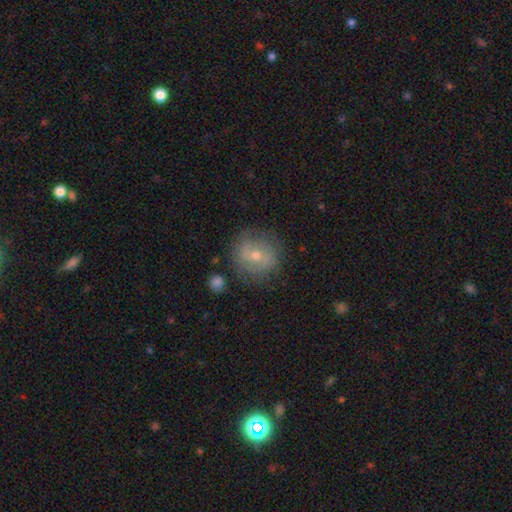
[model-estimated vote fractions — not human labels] smooth_or_featured: featured or disk (p=0.51) [alt: smooth p=0.40]
disk_edge_on: no (p=0.96) [alt: yes p=0.04]
merging: none (p=0.75) [alt: minor disturbance p=0.17]